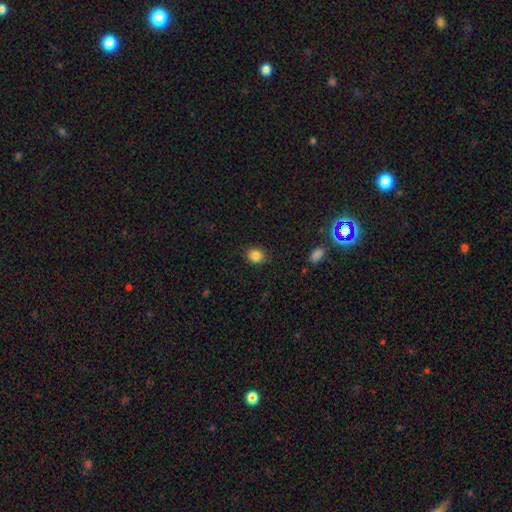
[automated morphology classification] A smooth galaxy with no disk features (86%) that is round (62%).

Vote fractions:
- Smooth or featured? smooth: 86% / star or artifact: 10% / featured or disk: 4%
- How rounded? round: 62% / in between: 37% / cigar-shaped: 1%
- Merging? none: 87% / minor disturbance: 9% / major disturbance: 3% / merger: 1%